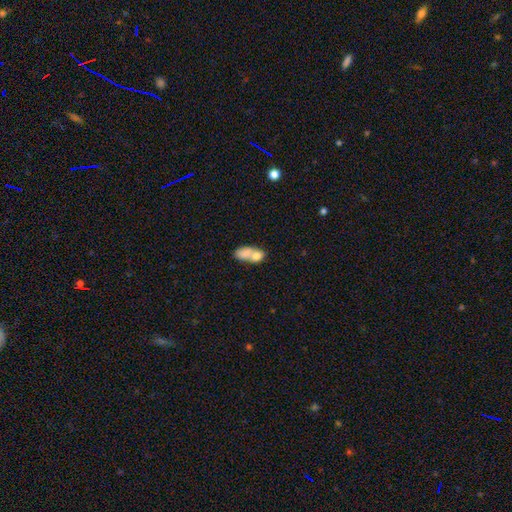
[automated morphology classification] The model was most divided on "merging": merger: 65%, none: 21%, minor disturbance: 9%, major disturbance: 5%. More confident: how rounded — in between (77%); smooth or featured — smooth (71%).